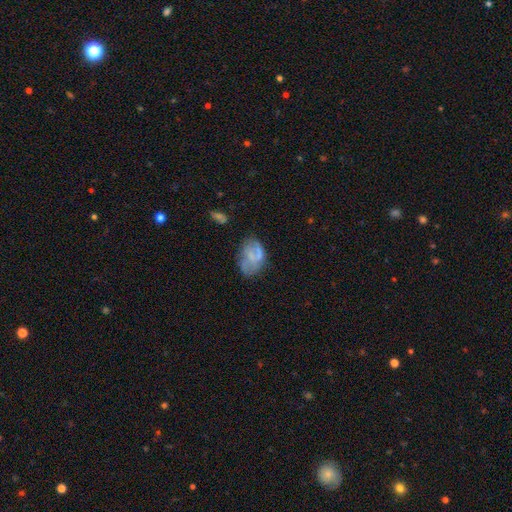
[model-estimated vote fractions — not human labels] Smooth or featured? Predicted: featured or disk (p=0.49). Merging? Predicted: none (p=0.50).